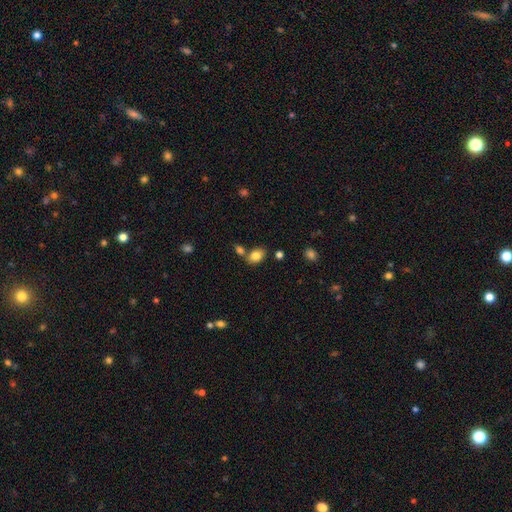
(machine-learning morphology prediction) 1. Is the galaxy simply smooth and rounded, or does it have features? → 81% smooth, 10% featured or disk, 9% star or artifact.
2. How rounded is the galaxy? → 80% in between, 18% round, 1% cigar-shaped.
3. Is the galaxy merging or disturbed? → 63% none, 20% merger, 13% minor disturbance, 4% major disturbance.